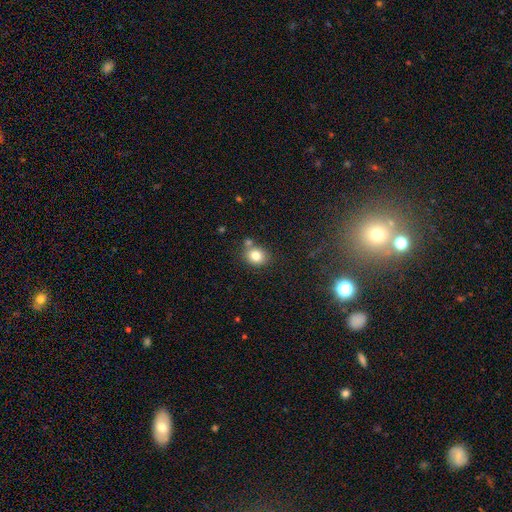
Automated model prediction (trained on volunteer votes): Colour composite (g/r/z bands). It shows a smooth galaxy with no disk features (80%) that is round (62%). Merging: none (67%).